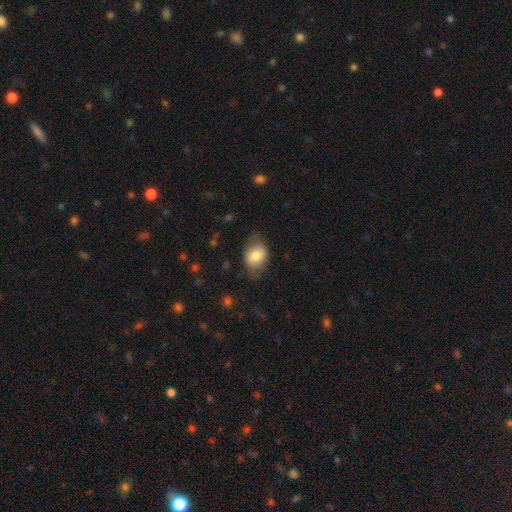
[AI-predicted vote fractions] A smooth galaxy with no disk features (77%) that is in between round and cigar-shaped (72%). Merging: none (67%).